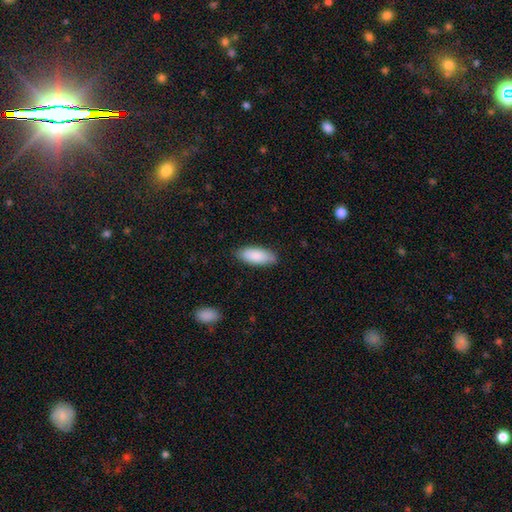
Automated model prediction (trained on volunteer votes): smooth-or-featured: smooth: 87% | featured or disk: 7% | star or artifact: 6%
  how-rounded: in between: 81% | cigar-shaped: 17% | round: 2%
  merging: none: 84% | minor disturbance: 12% | major disturbance: 2% | merger: 1%